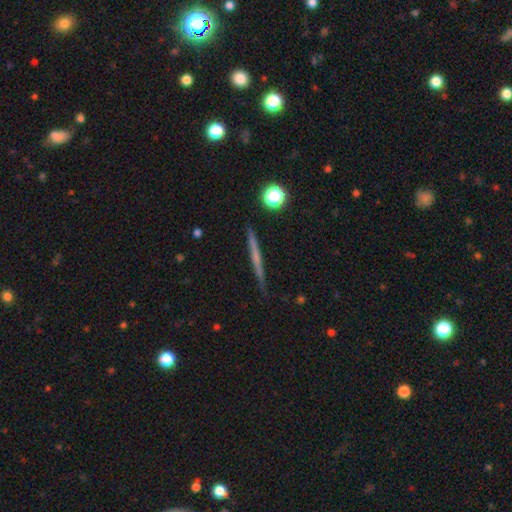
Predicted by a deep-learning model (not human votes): This is possibly a featured or disk galaxy (51%). It is clearly viewed edge-on (97%). Merging: clearly none (89%).